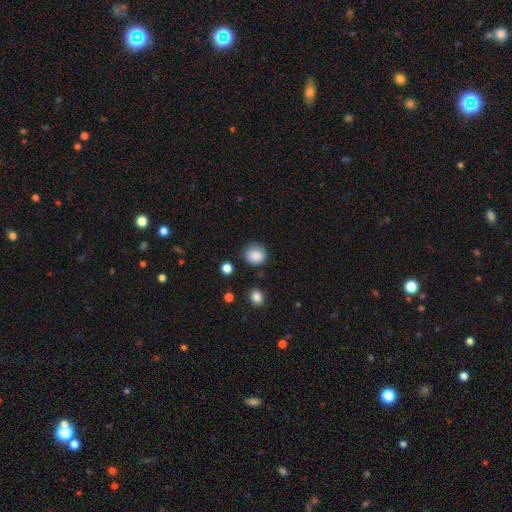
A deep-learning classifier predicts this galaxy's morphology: Q: Smooth or featured?
A: smooth (86%); runner-up: star or artifact (9%)
Q: How rounded?
A: round (86%); runner-up: in between (13%)
Q: Merging?
A: none (80%); runner-up: minor disturbance (14%)